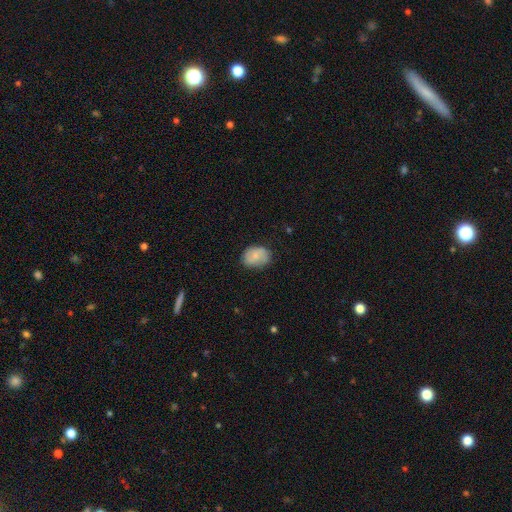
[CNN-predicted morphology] Overall: smooth (72%). How rounded: in between (68%; round 31%). Merging: none (75%).